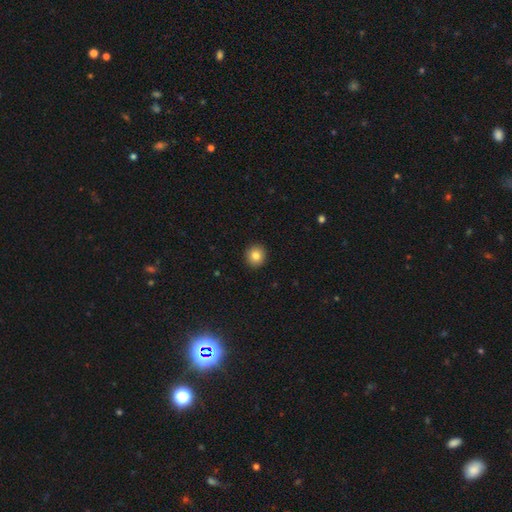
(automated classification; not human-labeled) smooth-or-featured: smooth: 83% | star or artifact: 10% | featured or disk: 7%
  how-rounded: round: 92% | in between: 7% | cigar-shaped: 1%
  merging: none: 93% | minor disturbance: 4% | major disturbance: 1% | merger: 1%